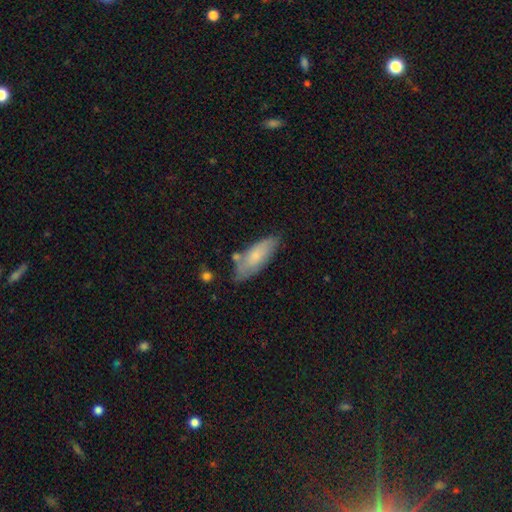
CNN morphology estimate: Smooth or featured? smooth (68%)
How rounded? in between (74%)
Merging? none (62%)